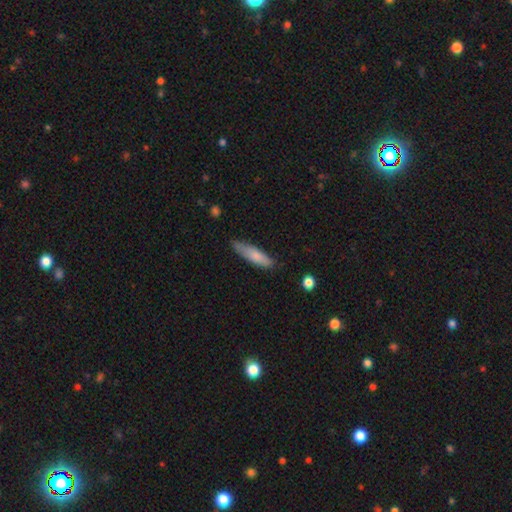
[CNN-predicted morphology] A smooth galaxy with no disk features (77%) that is cigar-shaped (72%). Merging: none (71%).